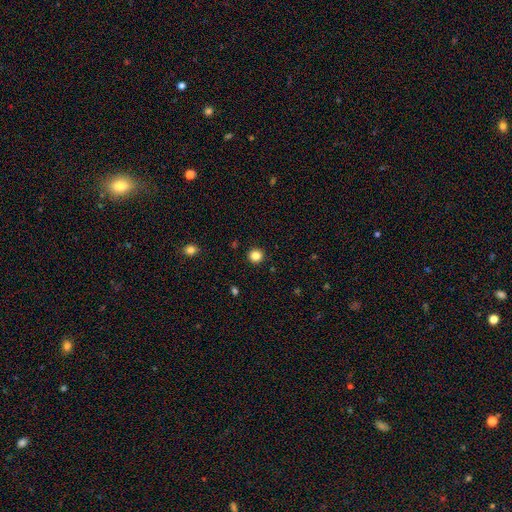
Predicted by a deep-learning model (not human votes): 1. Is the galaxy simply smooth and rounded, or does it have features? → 84% smooth, 12% star or artifact, 4% featured or disk.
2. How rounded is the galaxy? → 94% round, 5% in between, 1% cigar-shaped.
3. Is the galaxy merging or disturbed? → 93% none, 5% minor disturbance, 2% major disturbance, 1% merger.